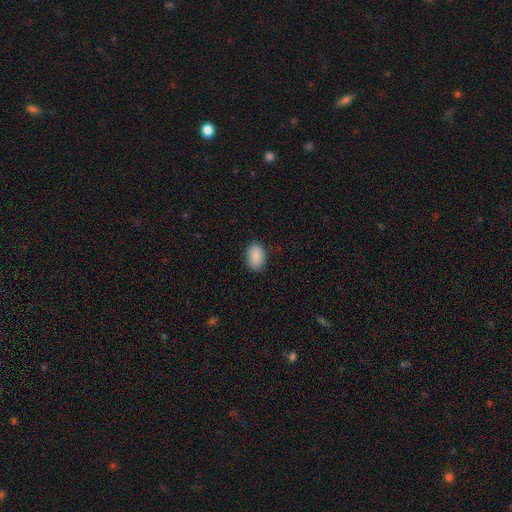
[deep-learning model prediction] This is clearly a smooth galaxy (90%). How rounded: clearly in between (86%). Merging: clearly none (86%).